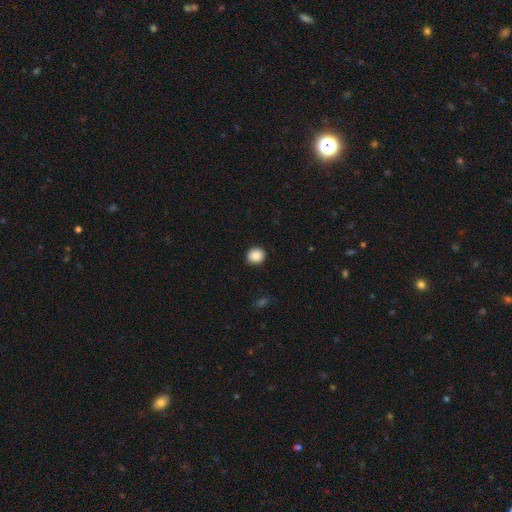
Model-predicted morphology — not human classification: Smooth or featured: smooth — 88% (star or artifact — 9%)
How rounded: round — 86% (in between — 13%)
Merging: none — 90% (minor disturbance — 7%)